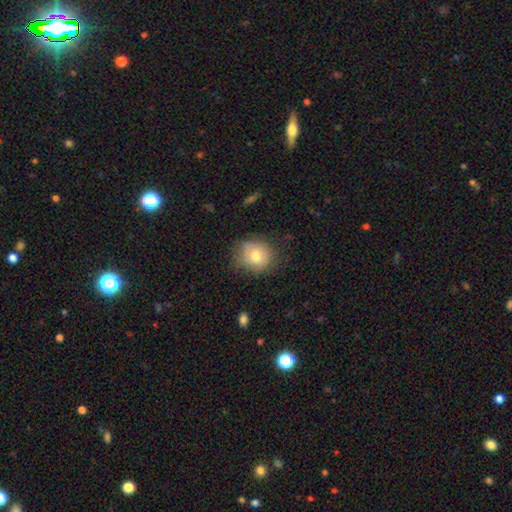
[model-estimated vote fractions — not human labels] Overall: smooth (74%). How rounded: round (79%). Merging: none (71%).